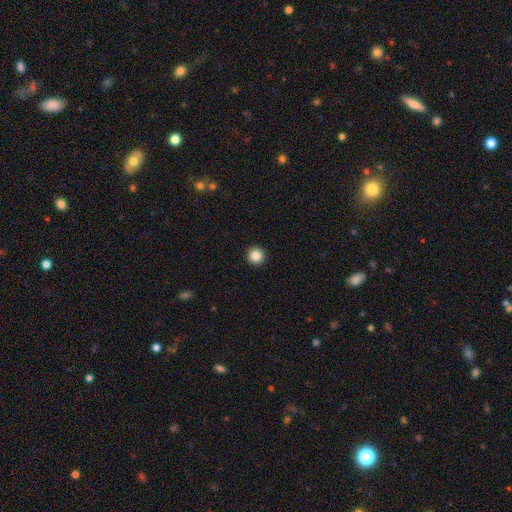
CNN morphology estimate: type=smooth (85%); roundness=round (96%); merging=none (94%).